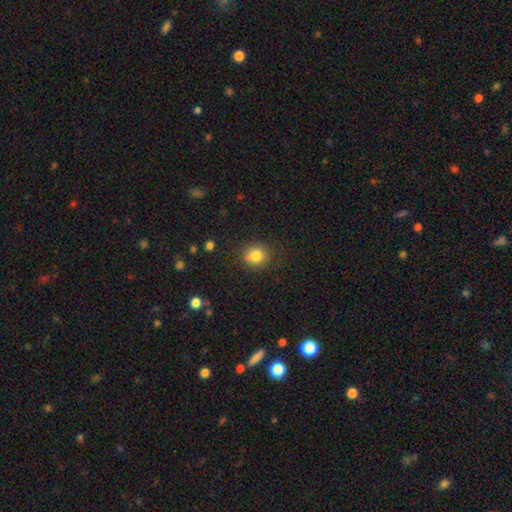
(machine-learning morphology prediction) Smooth or featured? smooth (80%)
How rounded? round (82%)
Merging? none (78%)